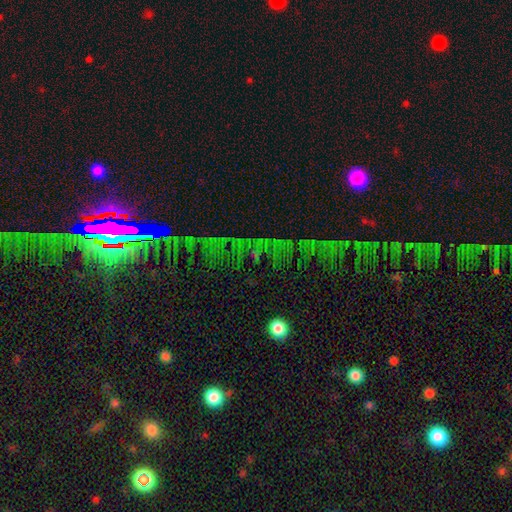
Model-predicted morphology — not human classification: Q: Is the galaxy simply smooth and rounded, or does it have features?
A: star or artifact — 79%.